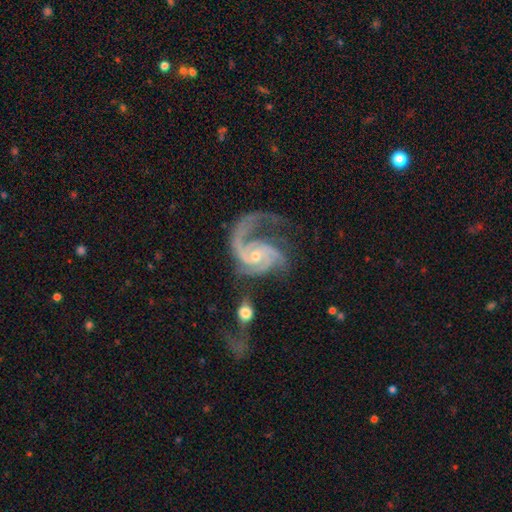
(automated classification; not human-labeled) Smooth or featured? featured or disk (92%)
Edge-on disk? no (98%)
Bar? no (65%)
Spiral arms? yes (98%)
Spiral winding? medium (51%)
Spiral arm count? 2 (36%, tied with 3)
Bulge size? small (60%)
Merging? none (37%)